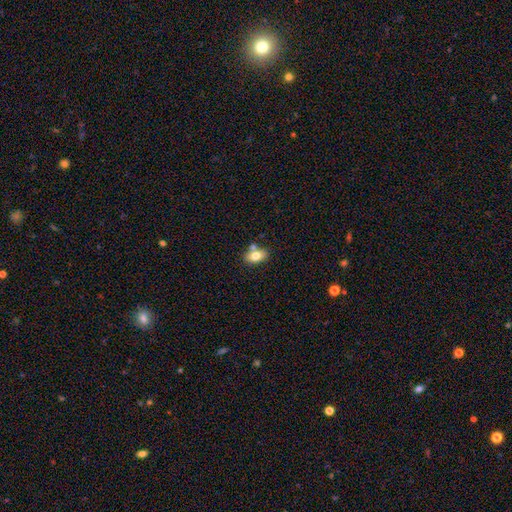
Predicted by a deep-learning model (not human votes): Overall: smooth (75%). How rounded: in between (87%). Merging: none (64%).